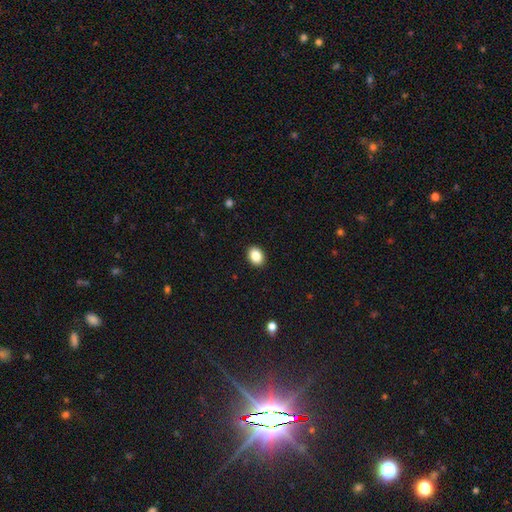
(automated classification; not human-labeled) Smooth or featured? Predicted: smooth (p=0.87). How rounded? Predicted: in between (p=0.65). Merging? Predicted: none (p=0.92).